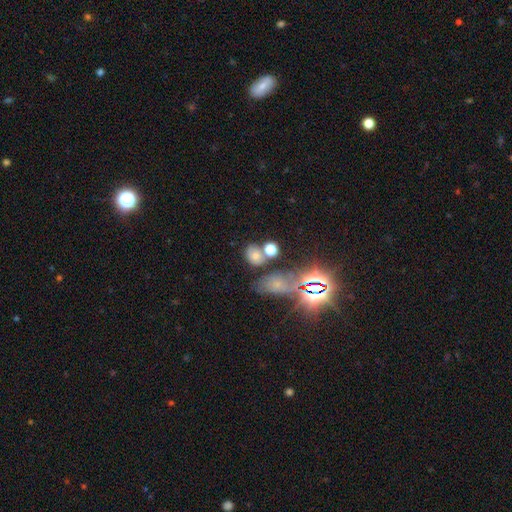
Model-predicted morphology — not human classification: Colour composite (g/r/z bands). It shows a smooth galaxy with no disk features (57%) that is round (51%). Merging: none (51%).